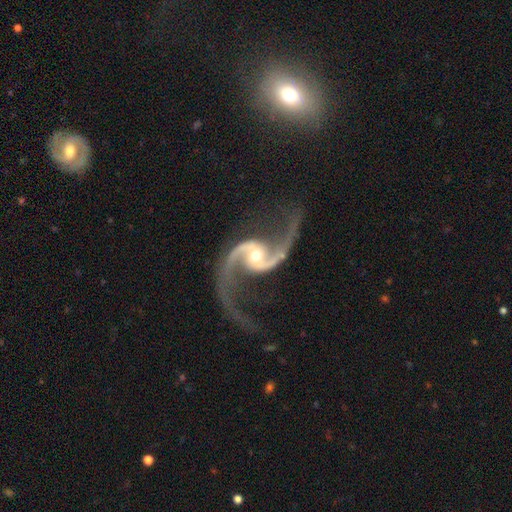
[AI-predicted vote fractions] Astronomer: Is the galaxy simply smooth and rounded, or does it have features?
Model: featured or disk — 94%.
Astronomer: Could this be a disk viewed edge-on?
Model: no — 98%.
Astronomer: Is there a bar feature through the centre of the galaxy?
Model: no — 45% (runner-up: weak, 34%).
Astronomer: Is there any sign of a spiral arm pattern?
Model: yes — 99%.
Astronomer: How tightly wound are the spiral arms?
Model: loose — 73%.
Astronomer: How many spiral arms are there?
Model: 2 — 95%.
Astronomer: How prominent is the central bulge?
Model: moderate — 60%.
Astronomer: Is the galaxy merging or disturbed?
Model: none — 72%.